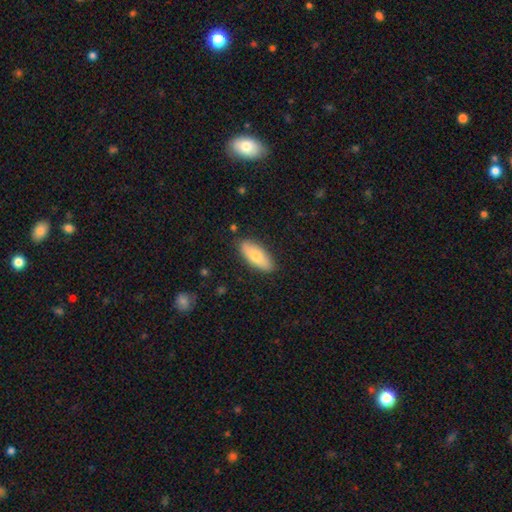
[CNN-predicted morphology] Overall: smooth (71%). How rounded: in between (78%). Merging: none (86%).